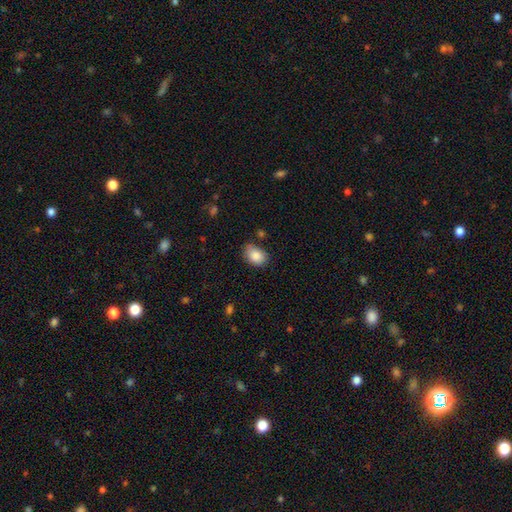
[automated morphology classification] Smooth or featured? smooth (87%)
How rounded? in between (79%)
Merging? none (66%)